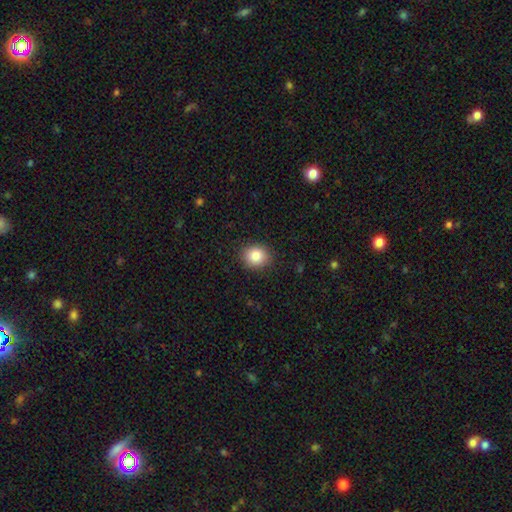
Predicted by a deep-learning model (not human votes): A smooth galaxy with no disk features (84%) that is round (69%).

Vote fractions:
- Smooth or featured? smooth: 84% / star or artifact: 9% / featured or disk: 6%
- How rounded? round: 69% / in between: 30% / cigar-shaped: 1%
- Merging? none: 88% / minor disturbance: 9% / major disturbance: 2% / merger: 1%